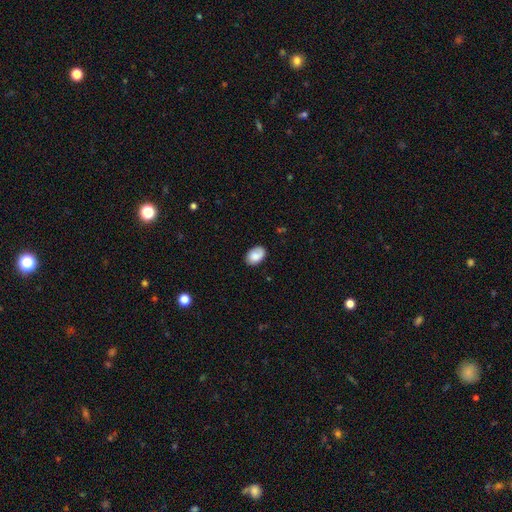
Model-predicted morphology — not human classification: A smooth galaxy with no disk features (80%) that is in between round and cigar-shaped (87%). Merging: none (77%).